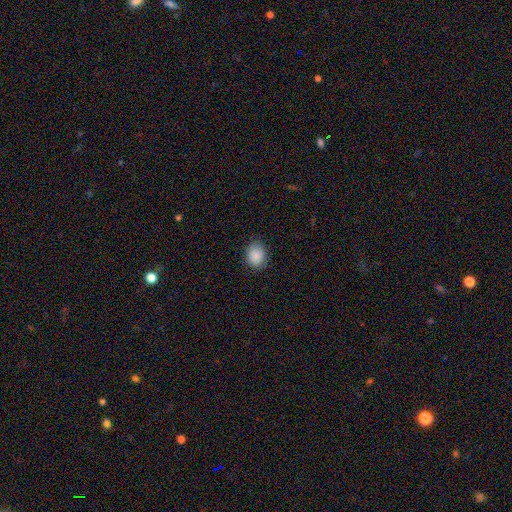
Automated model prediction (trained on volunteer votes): A smooth galaxy with no disk features (88%) that is round (58%).

Vote fractions:
- Smooth or featured? smooth: 88% / star or artifact: 8% / featured or disk: 4%
- How rounded? round: 58% / in between: 41% / cigar-shaped: 1%
- Merging? none: 84% / minor disturbance: 12% / major disturbance: 3% / merger: 1%